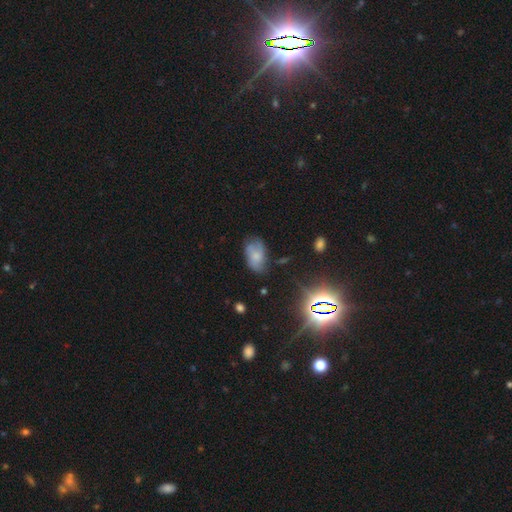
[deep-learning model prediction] The model was most divided on "smooth or featured": smooth: 48%, featured or disk: 39%, star or artifact: 13%. More confident: merging — none (57%).